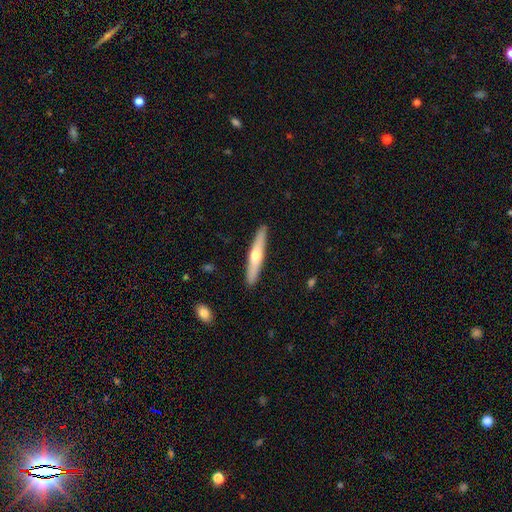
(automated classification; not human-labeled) Q: Smooth or featured?
A: featured or disk (50%); runner-up: smooth (45%)
Q: Merging?
A: none (91%); runner-up: minor disturbance (7%)